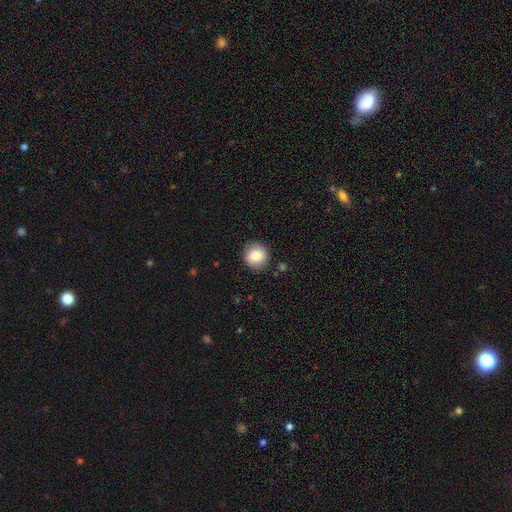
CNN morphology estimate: The model was most divided on "smooth or featured": smooth: 82%, featured or disk: 10%, star or artifact: 8%. More confident: how rounded — round (91%); merging — none (88%).